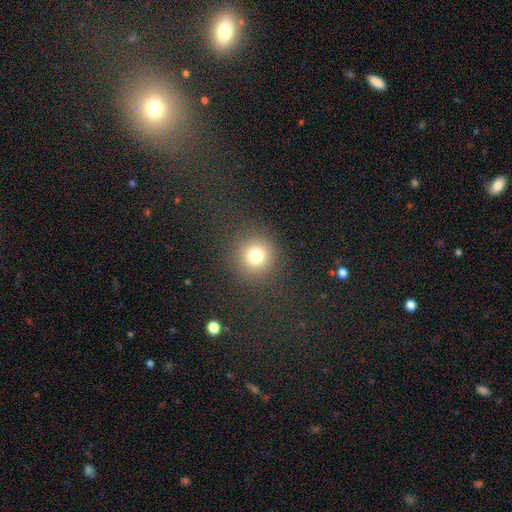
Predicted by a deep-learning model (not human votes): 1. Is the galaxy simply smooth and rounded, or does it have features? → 77% smooth, 16% star or artifact, 8% featured or disk.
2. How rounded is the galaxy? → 92% round, 8% in between, 1% cigar-shaped.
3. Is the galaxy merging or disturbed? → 87% none, 7% minor disturbance, 5% major disturbance, 1% merger.